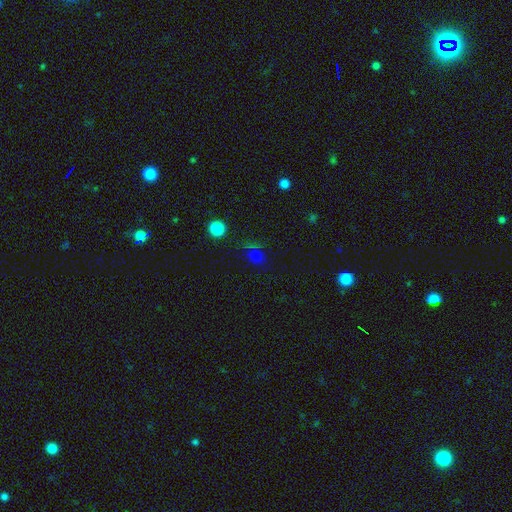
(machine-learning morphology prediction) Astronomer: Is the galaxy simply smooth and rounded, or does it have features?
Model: smooth — 52% (runner-up: star or artifact, 41%).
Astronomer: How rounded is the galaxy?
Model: round — 81%.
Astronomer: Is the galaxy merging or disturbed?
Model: none — 76%.